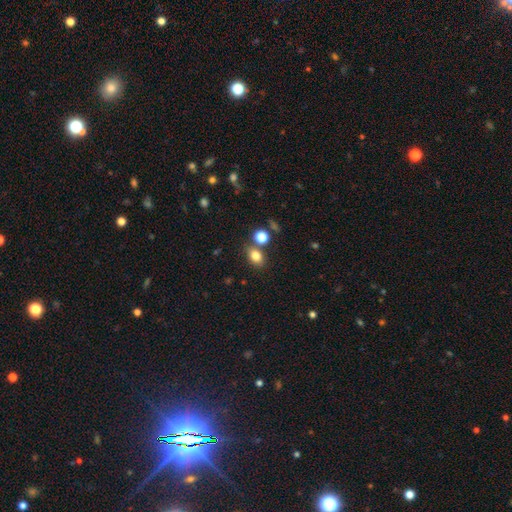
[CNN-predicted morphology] Smooth or featured?
  - smooth: 80% *
  - star or artifact: 13%
  - featured or disk: 7%
How rounded?
  - in between: 62% *
  - round: 37%
  - cigar-shaped: 1%
Merging?
  - none: 71% *
  - merger: 13%
  - minor disturbance: 12%
  - major disturbance: 4%